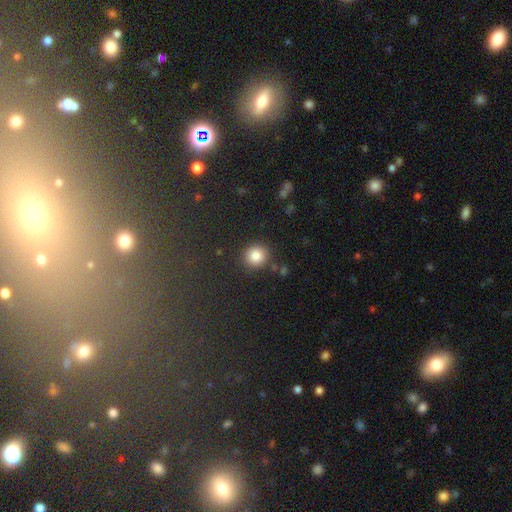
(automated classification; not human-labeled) Q: Smooth or featured?
A: smooth (85%); runner-up: star or artifact (10%)
Q: How rounded?
A: round (90%); runner-up: in between (9%)
Q: Merging?
A: none (86%); runner-up: minor disturbance (8%)